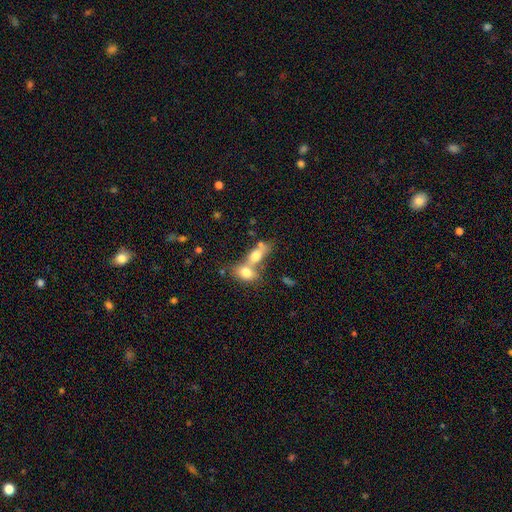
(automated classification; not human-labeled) Morphology: type=smooth (71%); roundness=in between (76%); merging=merger (69%).